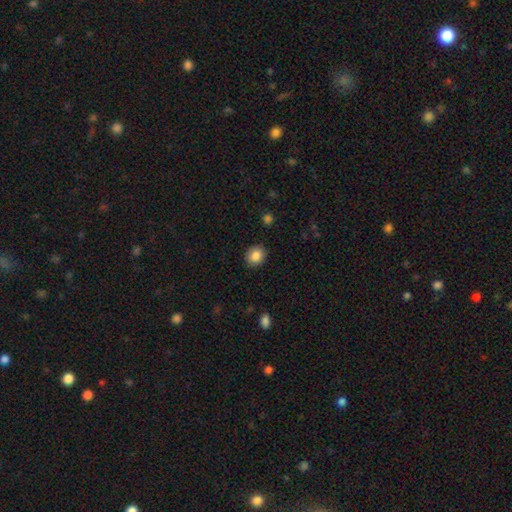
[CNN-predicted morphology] Smooth or featured? smooth (86%)
How rounded? round (64%)
Merging? none (88%)